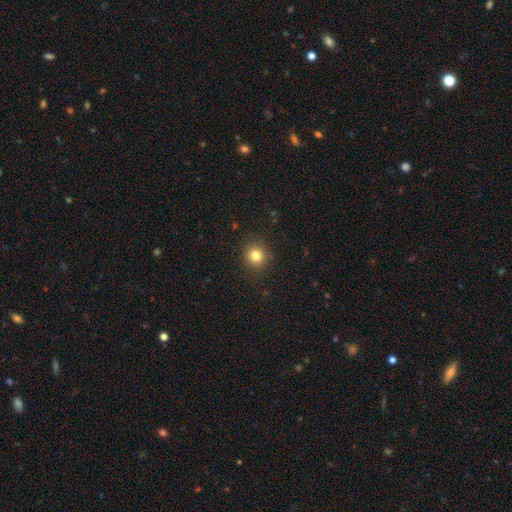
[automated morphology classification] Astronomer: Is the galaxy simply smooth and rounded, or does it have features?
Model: smooth — 82%.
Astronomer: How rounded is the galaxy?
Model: round — 89%.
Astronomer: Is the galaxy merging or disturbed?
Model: none — 89%.